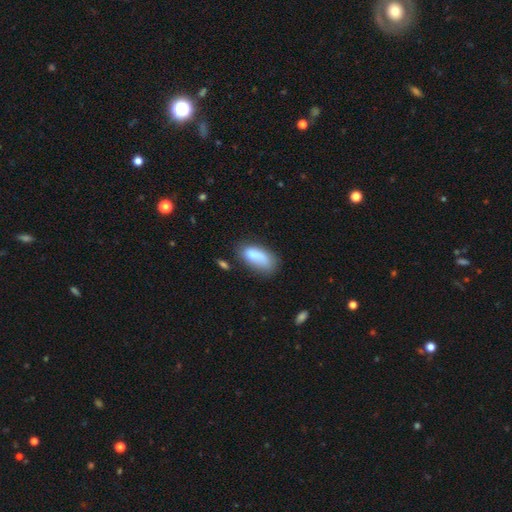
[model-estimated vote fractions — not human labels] smooth_or_featured: smooth (p=0.80) [alt: featured or disk p=0.12]
how_rounded: in between (p=0.85) [alt: cigar-shaped p=0.12]
merging: none (p=0.50) [alt: minor disturbance p=0.28]